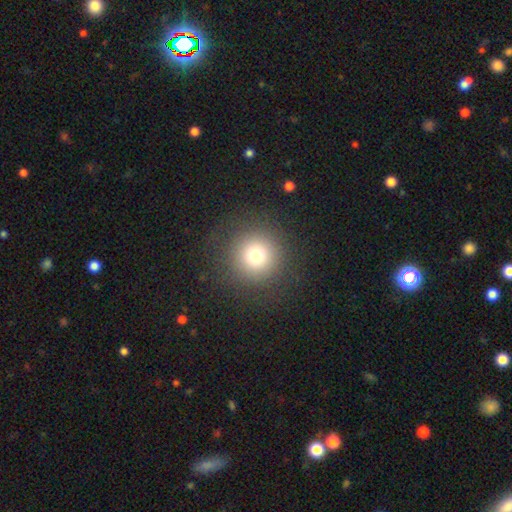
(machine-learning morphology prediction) smooth 74%, star or artifact 16%, featured or disk 10%. Down the decision tree: how rounded — round (95%); merging — none (87%).